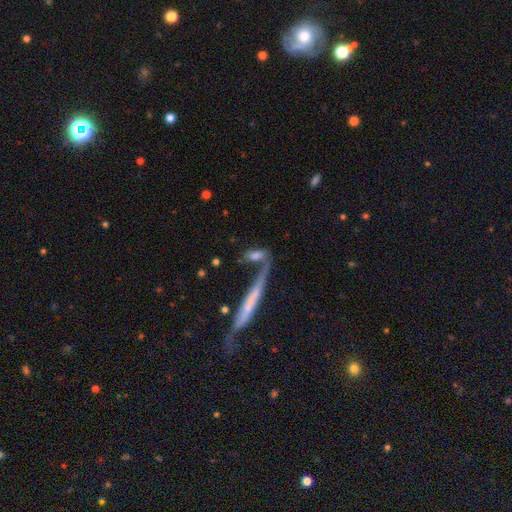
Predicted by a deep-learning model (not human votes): This is likely a smooth galaxy (69%). How rounded: possibly in between (47%). Merging: possibly none (45%).